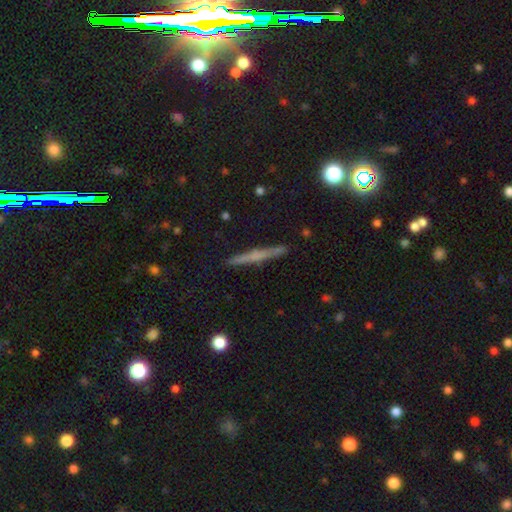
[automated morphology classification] featured or disk 55%, smooth 37%, star or artifact 9%. Down the decision tree: edge-on disk — yes (97%); edge-on bulge — none (54%); merging — none (90%).